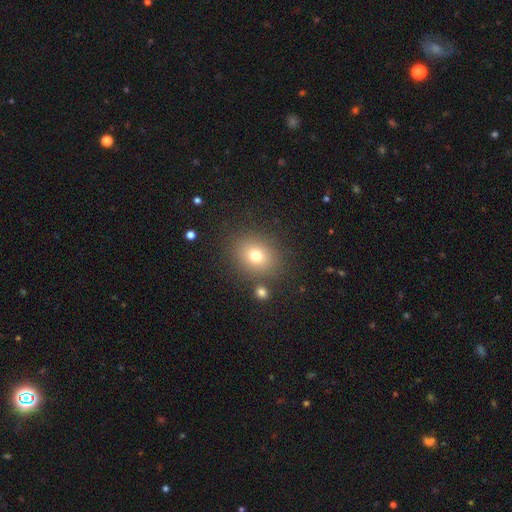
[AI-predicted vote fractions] This is likely a smooth galaxy (74%). How rounded: possibly round (59%). Merging: clearly none (82%).